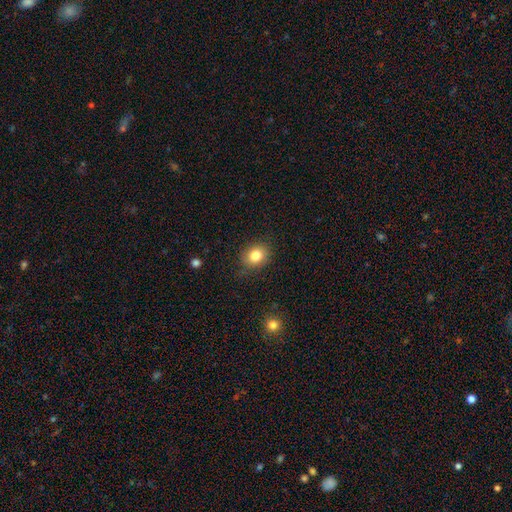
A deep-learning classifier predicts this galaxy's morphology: Smooth or featured? Predicted: smooth (p=0.83). How rounded? Predicted: round (p=0.59). Merging? Predicted: none (p=0.84).